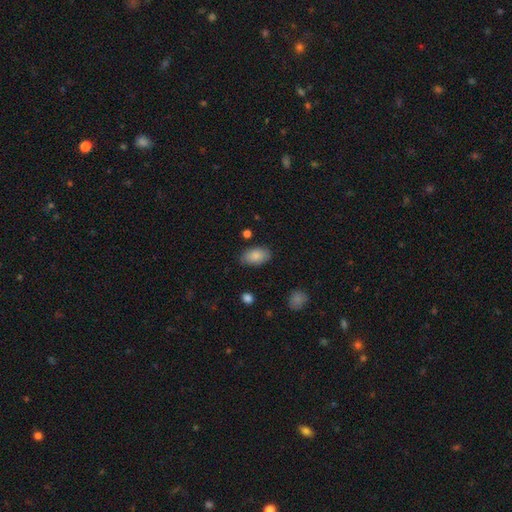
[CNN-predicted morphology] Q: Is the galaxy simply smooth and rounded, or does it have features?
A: smooth — 86%.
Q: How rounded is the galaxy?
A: in between — 92%.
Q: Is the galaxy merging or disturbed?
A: none — 79%.